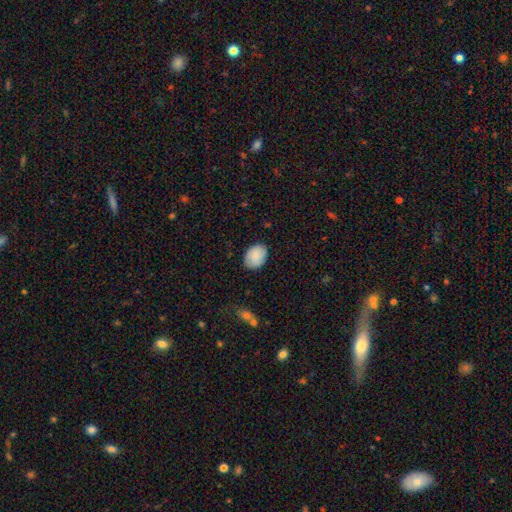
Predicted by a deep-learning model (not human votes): Smooth or featured: smooth — 84% (featured or disk — 9%)
How rounded: in between — 68% (round — 31%)
Merging: none — 83% (minor disturbance — 14%)